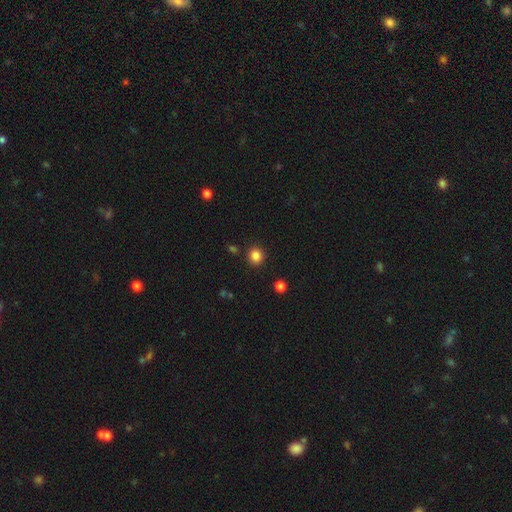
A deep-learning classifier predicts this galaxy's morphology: smooth 84%, star or artifact 12%, featured or disk 4%. Down the decision tree: how rounded — round (87%); merging — none (89%).